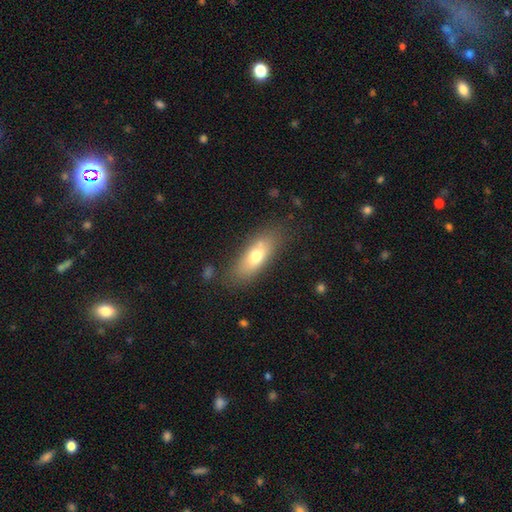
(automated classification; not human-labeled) Q: Smooth or featured?
A: smooth (67%); runner-up: featured or disk (25%)
Q: How rounded?
A: in between (71%); runner-up: cigar-shaped (26%)
Q: Merging?
A: none (74%); runner-up: minor disturbance (16%)